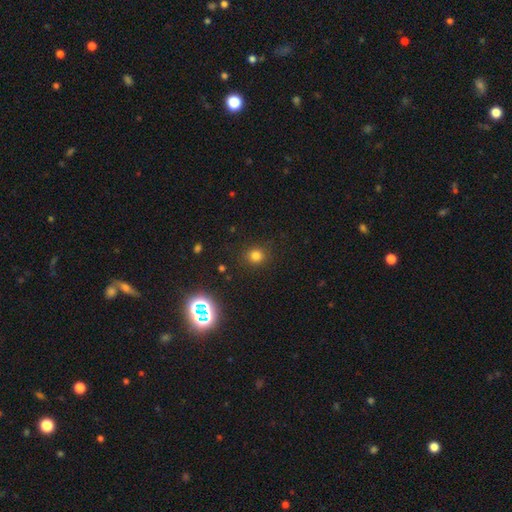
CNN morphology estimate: smooth 78%, star or artifact 17%, featured or disk 5%. Down the decision tree: how rounded — round (87%); merging — none (88%).